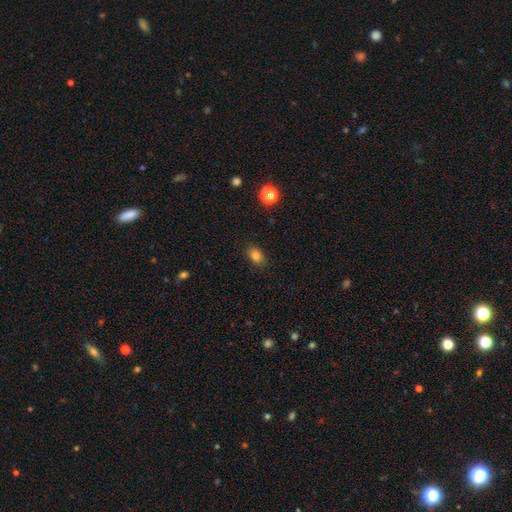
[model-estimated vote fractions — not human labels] Smooth or featured: smooth — 80% (star or artifact — 13%)
How rounded: in between — 74% (round — 24%)
Merging: none — 85% (minor disturbance — 11%)